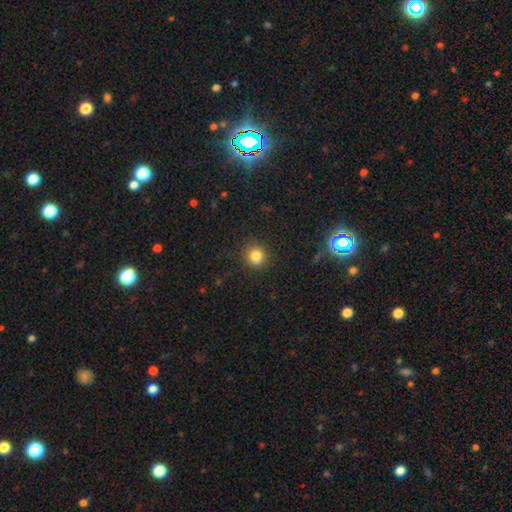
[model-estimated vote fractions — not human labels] Smooth or featured? smooth (82%)
How rounded? round (83%)
Merging? none (86%)